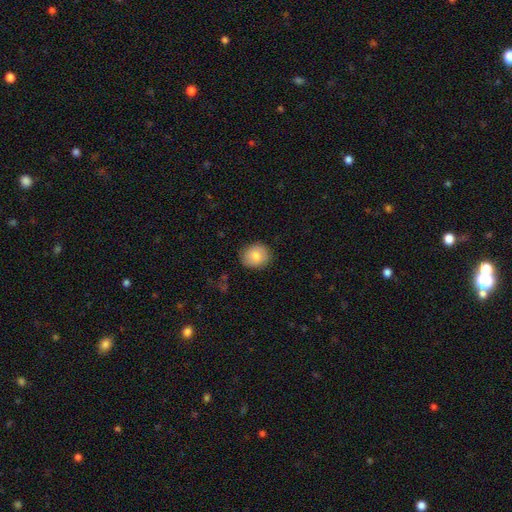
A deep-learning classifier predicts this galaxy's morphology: Smooth or featured: smooth — 78% (featured or disk — 14%)
How rounded: round — 71% (in between — 28%)
Merging: none — 86% (minor disturbance — 11%)